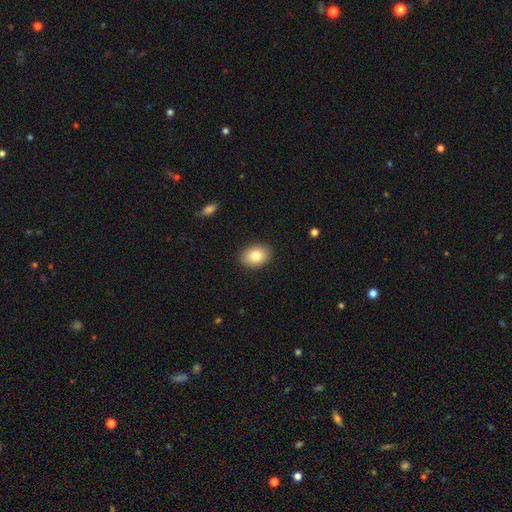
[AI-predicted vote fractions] A smooth galaxy with no disk features (84%) that is in between round and cigar-shaped (75%).

Vote fractions:
- Smooth or featured? smooth: 84% / featured or disk: 8% / star or artifact: 7%
- How rounded? in between: 75% / round: 24% / cigar-shaped: 1%
- Merging? none: 89% / minor disturbance: 8% / major disturbance: 2% / merger: 1%